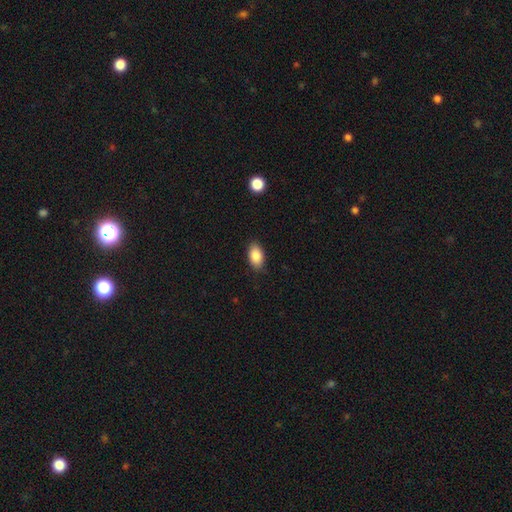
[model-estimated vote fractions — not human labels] Smooth or featured: smooth — 87% (star or artifact — 7%)
How rounded: in between — 92% (round — 6%)
Merging: none — 86% (minor disturbance — 10%)